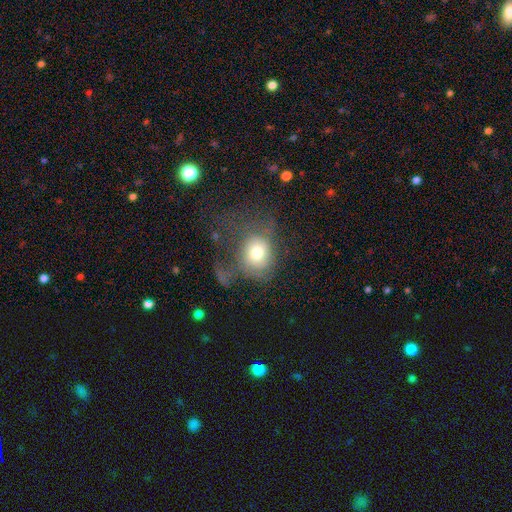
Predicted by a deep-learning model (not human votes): This is likely a smooth galaxy (67%). How rounded: likely round (63%). Merging: marginally major disturbance (39%).